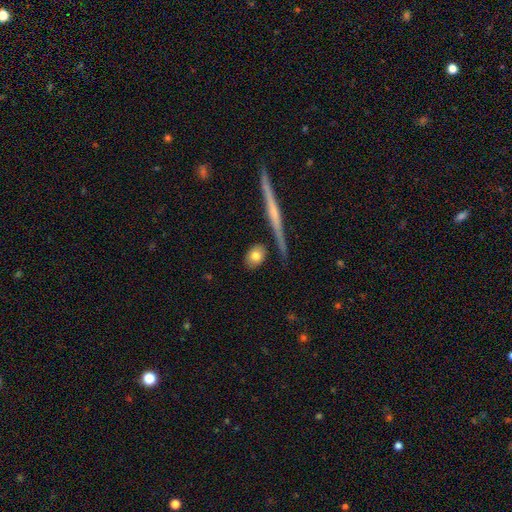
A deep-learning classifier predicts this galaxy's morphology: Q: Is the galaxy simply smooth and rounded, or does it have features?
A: smooth — 77%.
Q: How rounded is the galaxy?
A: in between — 58%.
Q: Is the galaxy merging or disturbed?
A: none — 79%.